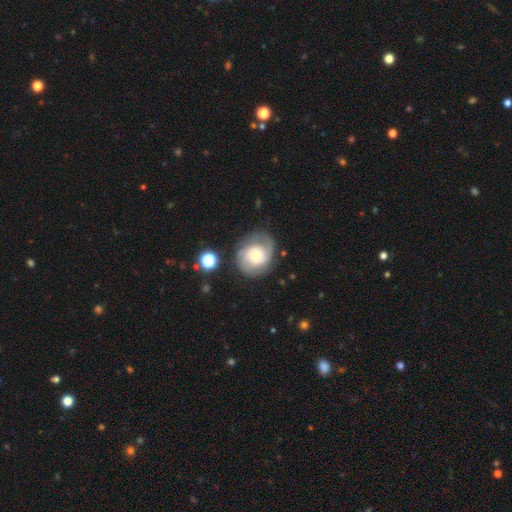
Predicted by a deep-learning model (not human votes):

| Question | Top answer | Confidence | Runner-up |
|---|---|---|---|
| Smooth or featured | featured or disk | 76% | smooth (17%) |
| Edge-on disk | no | 98% | yes (2%) |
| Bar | no | 62% | weak (32%) |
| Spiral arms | yes | 94% | no (6%) |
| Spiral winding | tight | 46% | medium (42%) |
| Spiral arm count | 2 | 61% | 3 (15%) |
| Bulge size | moderate | 49% | small (37%) |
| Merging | none | 75% | minor disturbance (15%) |